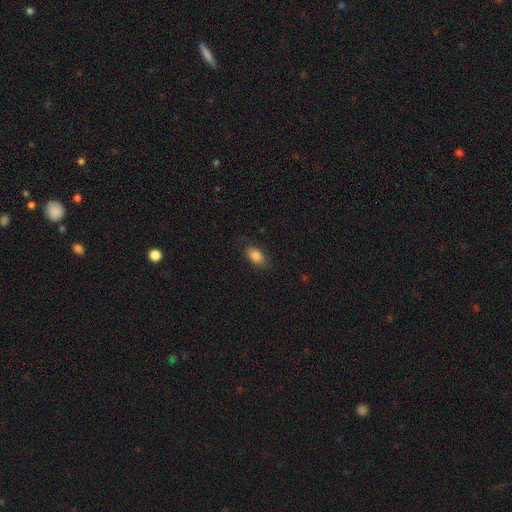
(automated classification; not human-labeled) Morphology: type=smooth (84%); roundness=in between (90%); merging=none (82%).